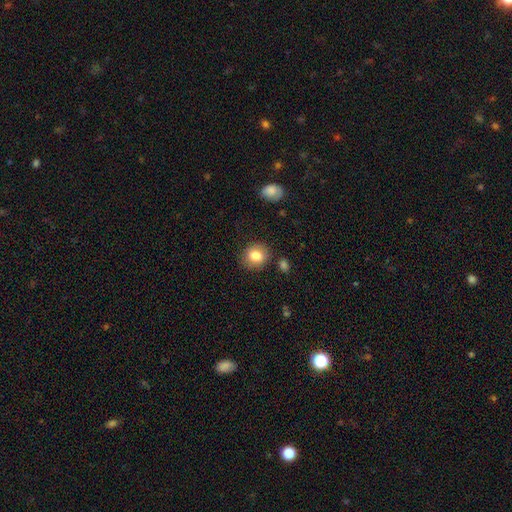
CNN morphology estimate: Smooth or featured? Predicted: smooth (p=0.83). How rounded? Predicted: round (p=0.73). Merging? Predicted: none (p=0.84).